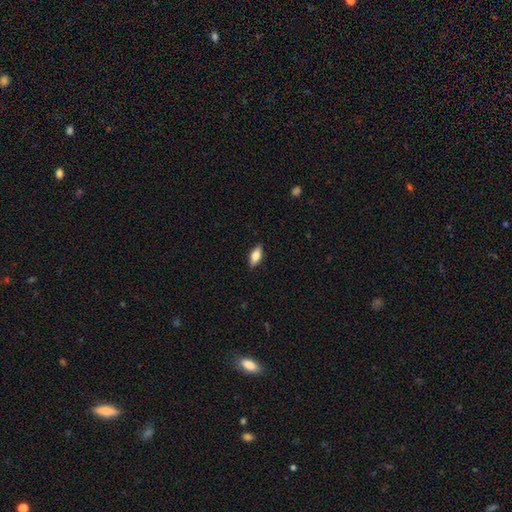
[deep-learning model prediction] smooth_or_featured: smooth (p=0.65) [alt: featured or disk p=0.28]
how_rounded: in between (p=0.81) [alt: cigar-shaped p=0.15]
merging: none (p=0.86) [alt: minor disturbance p=0.10]